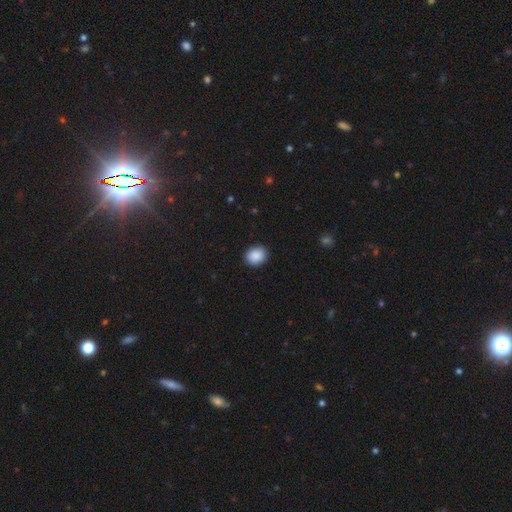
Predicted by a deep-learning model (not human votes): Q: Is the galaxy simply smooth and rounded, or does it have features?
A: smooth — 89%.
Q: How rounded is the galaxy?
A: round — 59%.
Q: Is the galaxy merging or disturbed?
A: none — 90%.